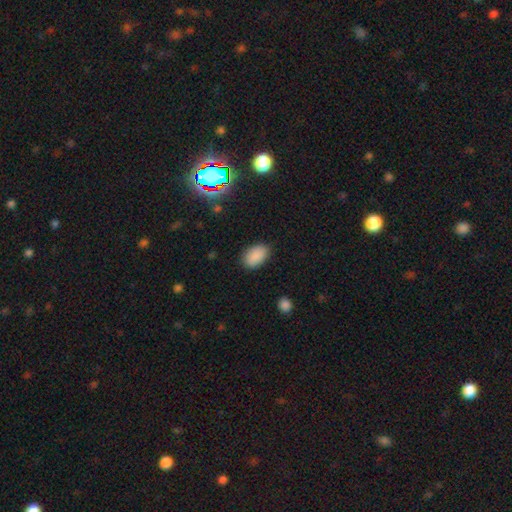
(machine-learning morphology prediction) A smooth galaxy with no disk features (88%) that is in between round and cigar-shaped (90%).

Vote fractions:
- Smooth or featured? smooth: 88% / star or artifact: 9% / featured or disk: 3%
- How rounded? in between: 90% / round: 9% / cigar-shaped: 1%
- Merging? none: 86% / minor disturbance: 10% / major disturbance: 3% / merger: 1%